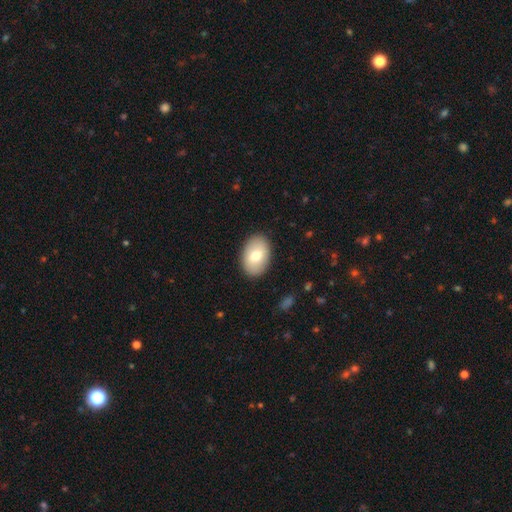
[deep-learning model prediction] Smooth or featured? smooth (76%)
How rounded? in between (88%)
Merging? none (89%)